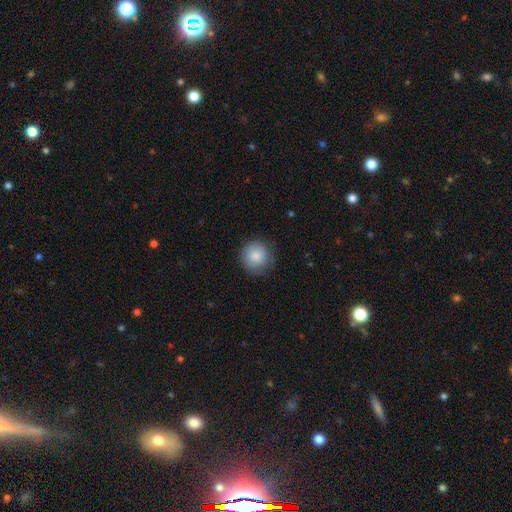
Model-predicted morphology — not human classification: Overall: smooth (85%). How rounded: round (94%). Merging: none (83%).